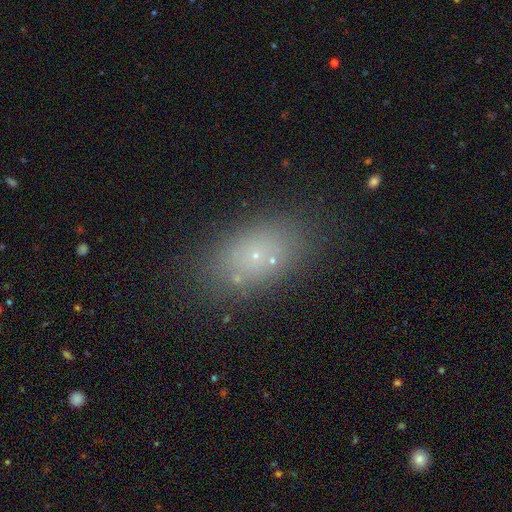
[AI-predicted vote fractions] Smooth or featured: smooth — 63% (star or artifact — 19%)
How rounded: in between — 81% (round — 16%)
Merging: none — 77% (minor disturbance — 11%)